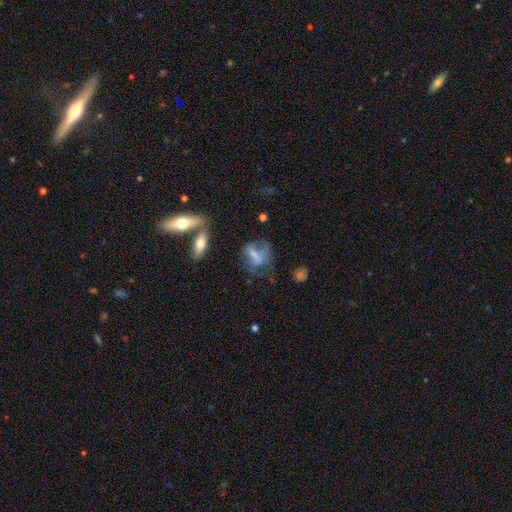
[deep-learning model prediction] smooth-or-featured: smooth: 46% | featured or disk: 40% | star or artifact: 15%
  merging: major disturbance: 35% | none: 33% | minor disturbance: 21% | merger: 12%